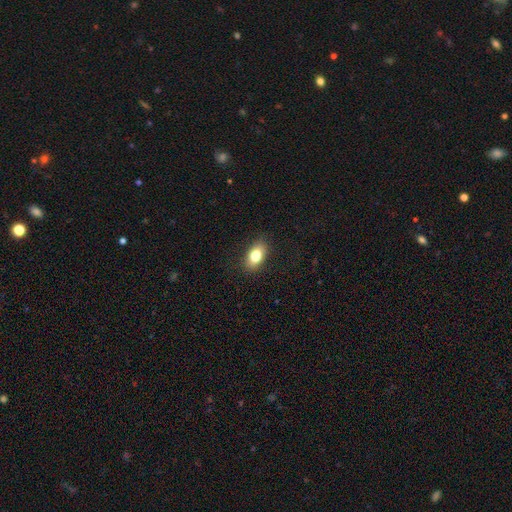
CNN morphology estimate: This is likely a smooth galaxy (80%). How rounded: clearly in between (88%). Merging: clearly none (88%).